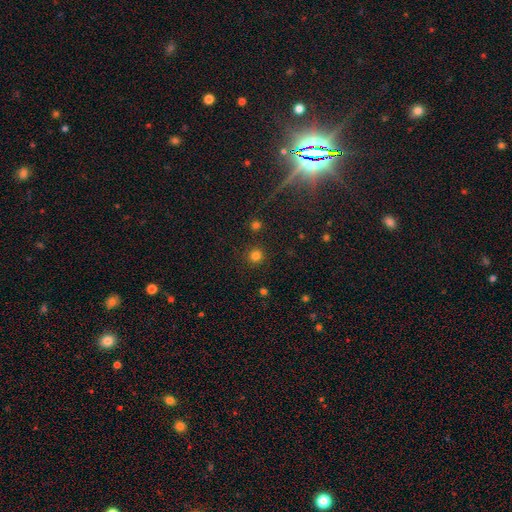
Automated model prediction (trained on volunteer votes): A smooth galaxy with no disk features (80%) that is round (95%).

Vote fractions:
- Smooth or featured? smooth: 80% / star or artifact: 16% / featured or disk: 4%
- How rounded? round: 95% / in between: 4% / cigar-shaped: 1%
- Merging? none: 89% / minor disturbance: 6% / merger: 3% / major disturbance: 2%